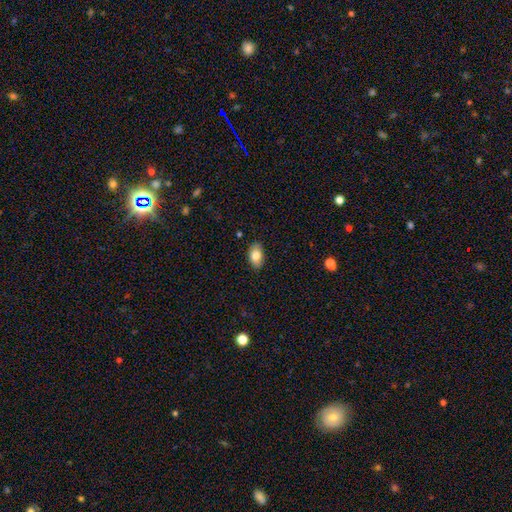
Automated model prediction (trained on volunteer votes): This appears to be a smooth galaxy with no disk features (83%) that is in between round and cigar-shaped (89%). Merging: none (85%).